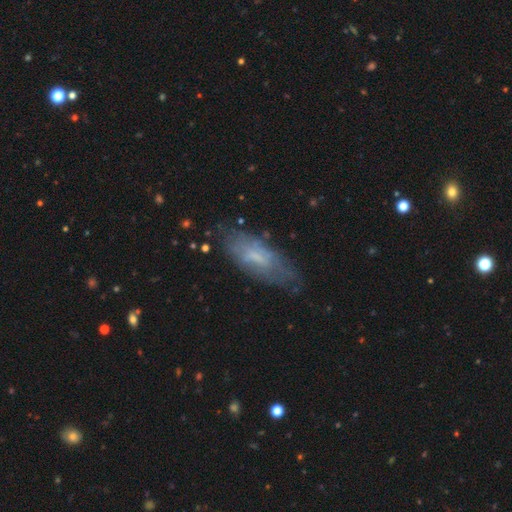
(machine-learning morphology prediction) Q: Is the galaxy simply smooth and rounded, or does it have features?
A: smooth — 51%.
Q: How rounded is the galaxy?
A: in between — 67%.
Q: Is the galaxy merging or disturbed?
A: none — 70%.